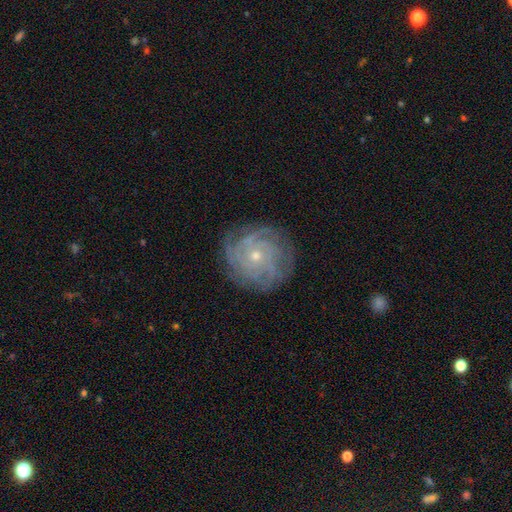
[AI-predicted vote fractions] Smooth or featured? featured or disk (84%)
Edge-on disk? no (97%)
Bar? no (80%)
Spiral arms? yes (96%)
Spiral winding? tight (78%)
Spiral arm count? can't tell (29%)
Bulge size? small (65%)
Merging? none (81%)